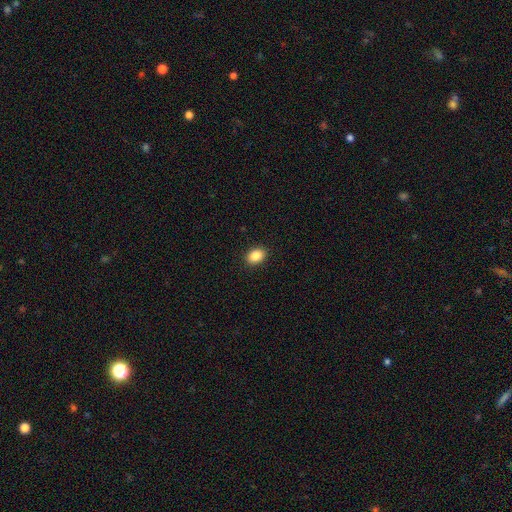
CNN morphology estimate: smooth 87%, star or artifact 8%, featured or disk 4%. Down the decision tree: how rounded — in between (72%); merging — none (91%).